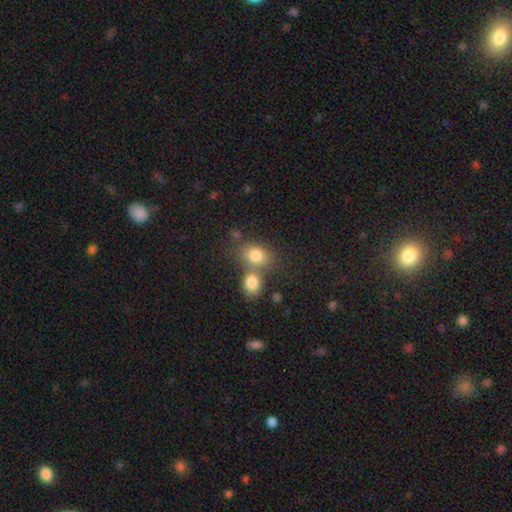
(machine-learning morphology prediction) A smooth galaxy with no disk features (55%) that is round (58%).

Vote fractions:
- Smooth or featured? smooth: 55% / star or artifact: 32% / featured or disk: 13%
- How rounded? round: 58% / in between: 38% / cigar-shaped: 4%
- Merging? none: 50% / merger: 37% / minor disturbance: 9% / major disturbance: 5%